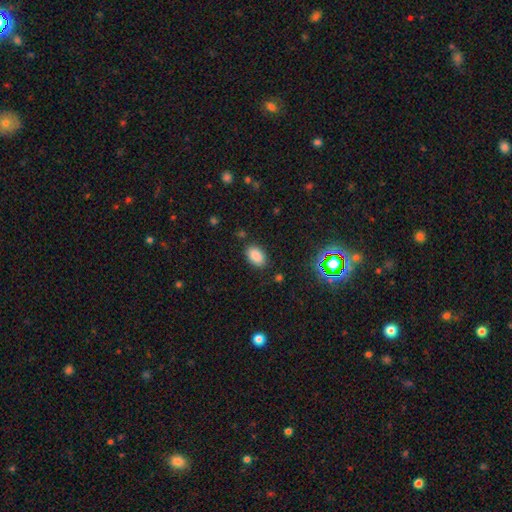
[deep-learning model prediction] Smooth or featured? smooth (84%)
How rounded? in between (90%)
Merging? none (84%)